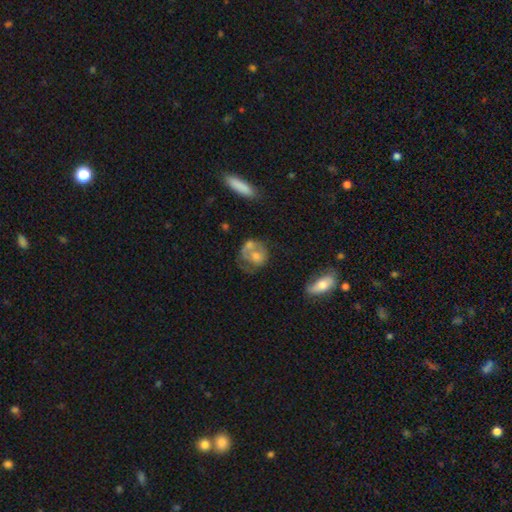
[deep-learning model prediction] Smooth or featured?
  - smooth: 46% *
  - featured or disk: 44%
  - star or artifact: 10%
Merging?
  - none: 38% *
  - major disturbance: 22%
  - minor disturbance: 21%
  - merger: 19%